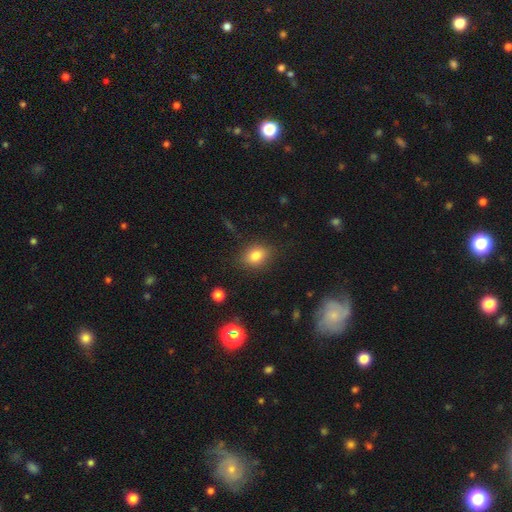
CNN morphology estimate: The model was most divided on "how rounded": in between: 63%, round: 35%, cigar-shaped: 2%. More confident: merging — none (83%); smooth or featured — smooth (80%).